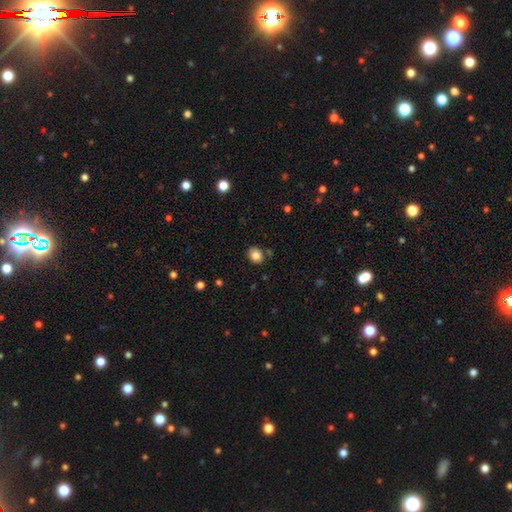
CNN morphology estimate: type=smooth (82%); roundness=round (62%); merging=none (82%).